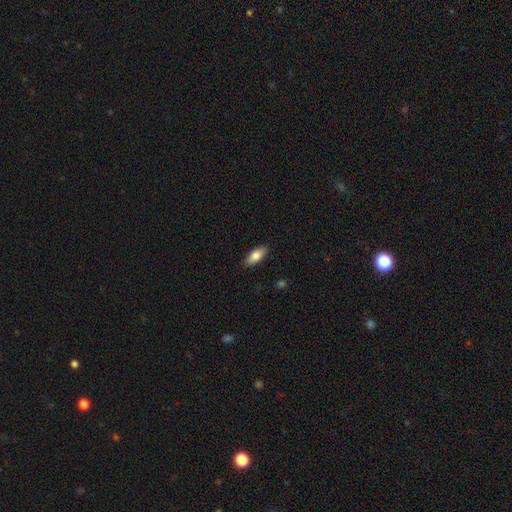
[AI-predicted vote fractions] Smooth or featured?
  - smooth: 80% *
  - featured or disk: 14%
  - star or artifact: 6%
How rounded?
  - in between: 80% *
  - cigar-shaped: 18%
  - round: 2%
Merging?
  - none: 88% *
  - minor disturbance: 9%
  - major disturbance: 2%
  - merger: 1%